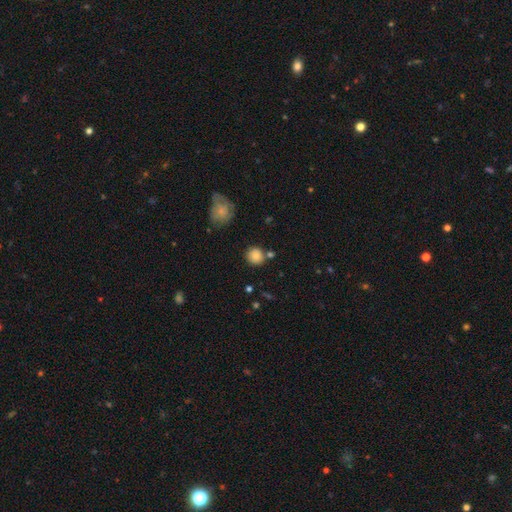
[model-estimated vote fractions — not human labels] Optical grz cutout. It shows a smooth galaxy with no disk features (85%) that is round (90%). Merging: none (77%).